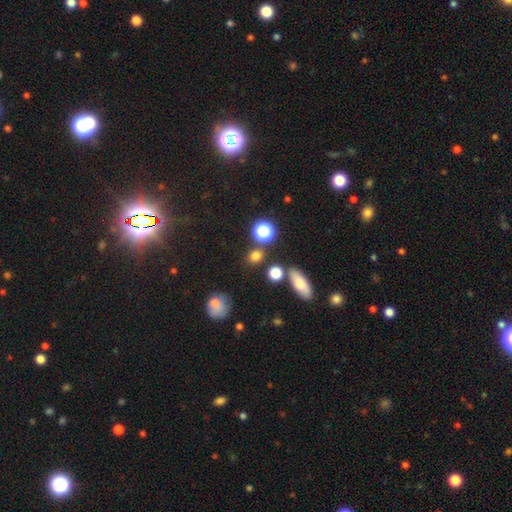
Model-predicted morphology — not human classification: A smooth galaxy with no disk features (74%) that is round (75%). Merging: none (79%).